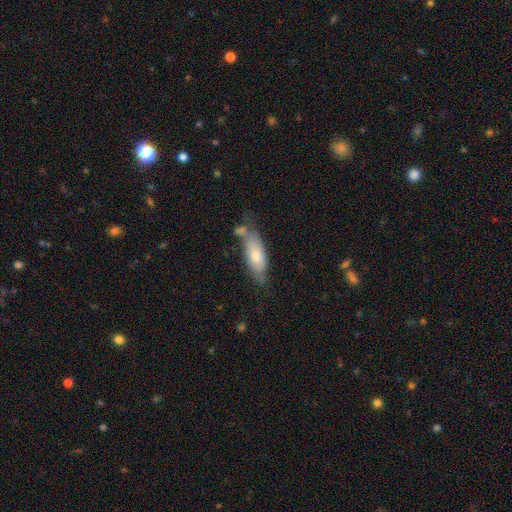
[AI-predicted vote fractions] smooth-or-featured: smooth: 61% | featured or disk: 32% | star or artifact: 7%
  how-rounded: in between: 69% | cigar-shaped: 28% | round: 3%
  merging: none: 51% | minor disturbance: 25% | merger: 16% | major disturbance: 8%